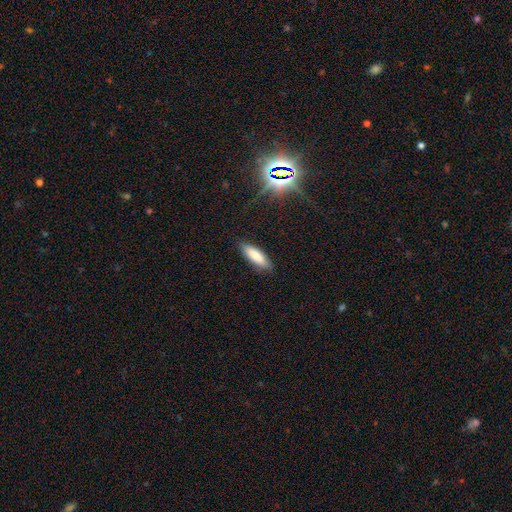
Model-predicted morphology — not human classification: smooth_or_featured: smooth (p=0.83) [alt: featured or disk p=0.10]
how_rounded: cigar-shaped (p=0.53) [alt: in between p=0.46]
merging: none (p=0.86) [alt: minor disturbance p=0.11]